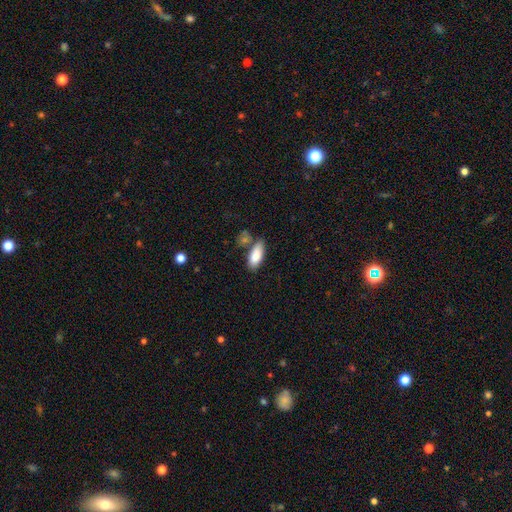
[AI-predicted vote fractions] Smooth or featured? smooth (85%)
How rounded? in between (82%)
Merging? none (61%)